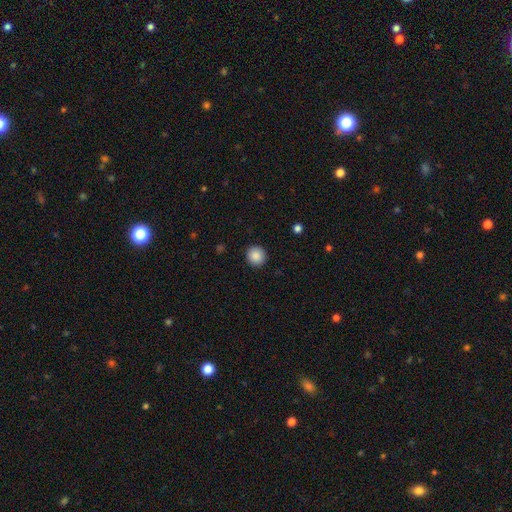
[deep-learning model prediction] This appears to be a smooth galaxy with no disk features (88%) that is round (93%). Merging: none (92%).